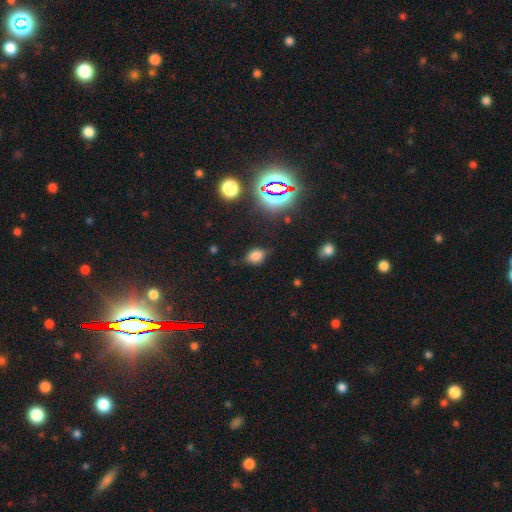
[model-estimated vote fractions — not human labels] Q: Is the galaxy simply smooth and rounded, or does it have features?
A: smooth — 69%.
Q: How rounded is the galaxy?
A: in between — 64%.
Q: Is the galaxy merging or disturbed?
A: none — 68%.